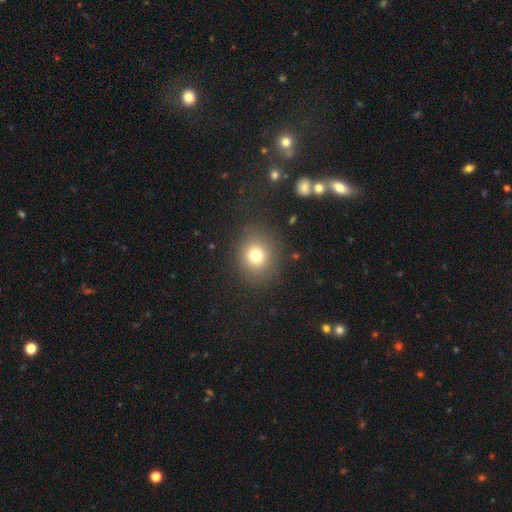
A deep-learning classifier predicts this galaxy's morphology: This appears to be a smooth galaxy with no disk features (75%) that is round (78%). Merging: none (86%).